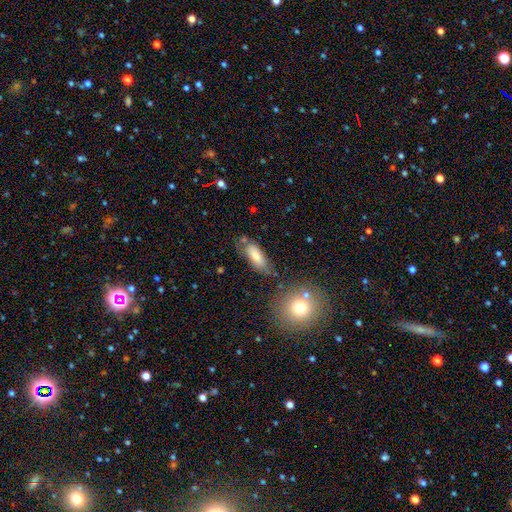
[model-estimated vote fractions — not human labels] Q: Smooth or featured?
A: smooth (77%); runner-up: featured or disk (15%)
Q: How rounded?
A: in between (73%); runner-up: cigar-shaped (25%)
Q: Merging?
A: none (60%); runner-up: minor disturbance (24%)